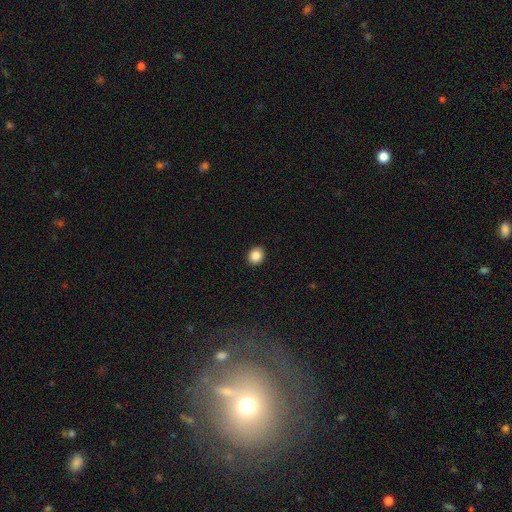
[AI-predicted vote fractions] A smooth galaxy with no disk features (86%) that is round (70%). Merging: none (92%).